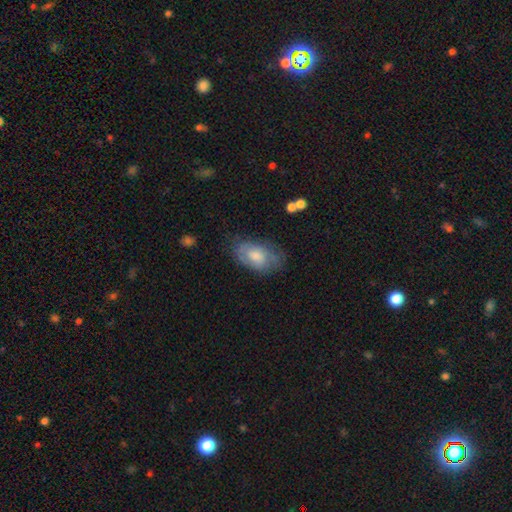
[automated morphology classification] Smooth or featured? smooth (53%)
How rounded? in between (91%)
Merging? none (65%)